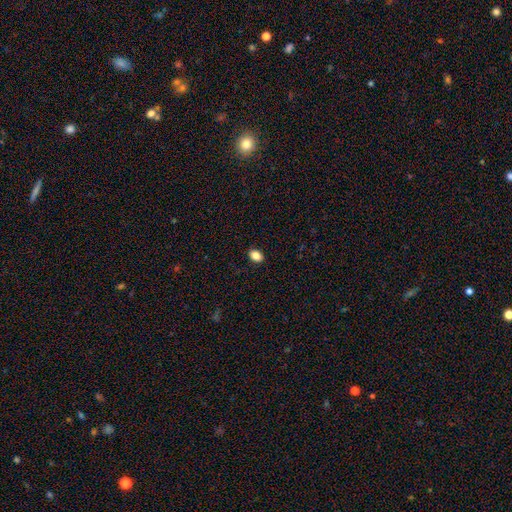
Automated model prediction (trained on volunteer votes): This appears to be a smooth galaxy with no disk features (86%) that is in between round and cigar-shaped (77%). Merging: none (89%).